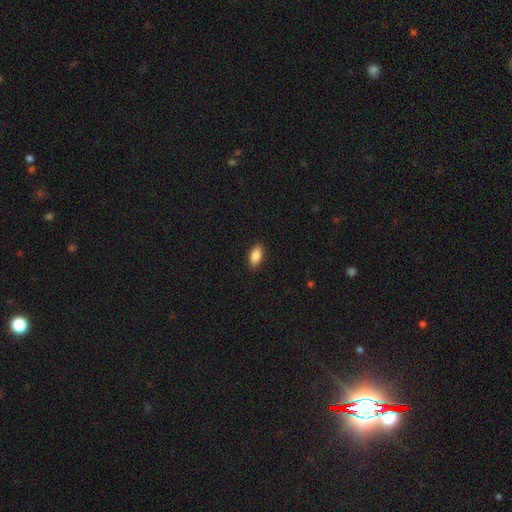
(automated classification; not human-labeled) smooth_or_featured: smooth (p=0.86) [alt: star or artifact p=0.07]
how_rounded: in between (p=0.90) [alt: cigar-shaped p=0.06]
merging: none (p=0.89) [alt: minor disturbance p=0.08]